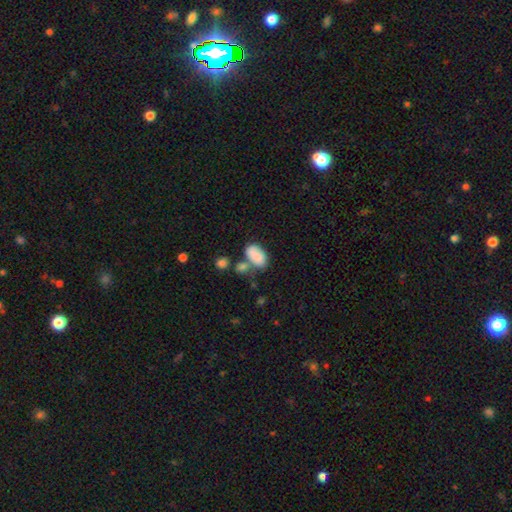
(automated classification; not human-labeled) smooth 82%, featured or disk 10%, star or artifact 8%. Down the decision tree: how rounded — in between (93%); merging — none (44%).